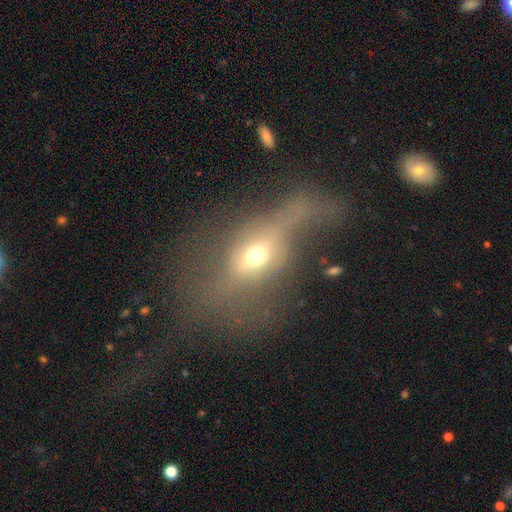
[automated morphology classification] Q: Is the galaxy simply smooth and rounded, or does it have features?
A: featured or disk — 47%.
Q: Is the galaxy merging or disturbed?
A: major disturbance — 55%.